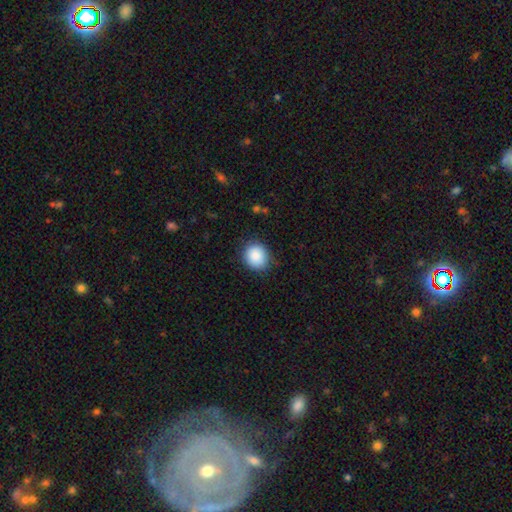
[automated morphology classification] A smooth galaxy with no disk features (89%) that is round (78%).

Vote fractions:
- Smooth or featured? smooth: 89% / star or artifact: 8% / featured or disk: 4%
- How rounded? round: 78% / in between: 21% / cigar-shaped: 1%
- Merging? none: 84% / minor disturbance: 12% / major disturbance: 3% / merger: 1%